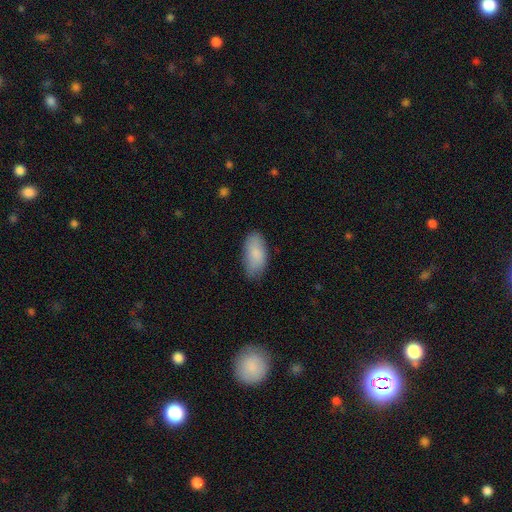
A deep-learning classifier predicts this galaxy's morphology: Smooth or featured? smooth (85%)
How rounded? in between (93%)
Merging? none (77%)